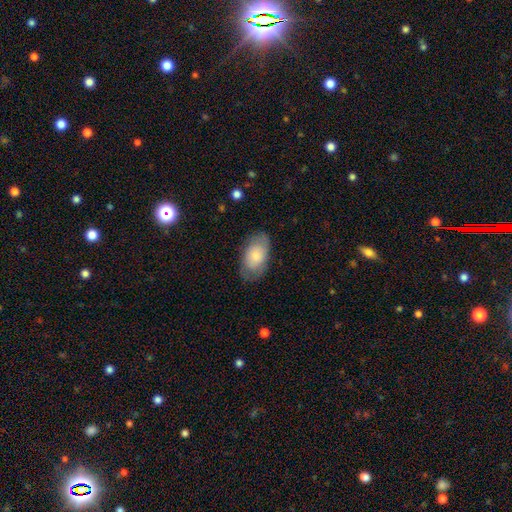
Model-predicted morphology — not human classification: A smooth galaxy with no disk features (75%) that is in between round and cigar-shaped (94%).

Vote fractions:
- Smooth or featured? smooth: 75% / featured or disk: 19% / star or artifact: 6%
- How rounded? in between: 94% / round: 5% / cigar-shaped: 2%
- Merging? none: 75% / minor disturbance: 18% / major disturbance: 5% / merger: 1%